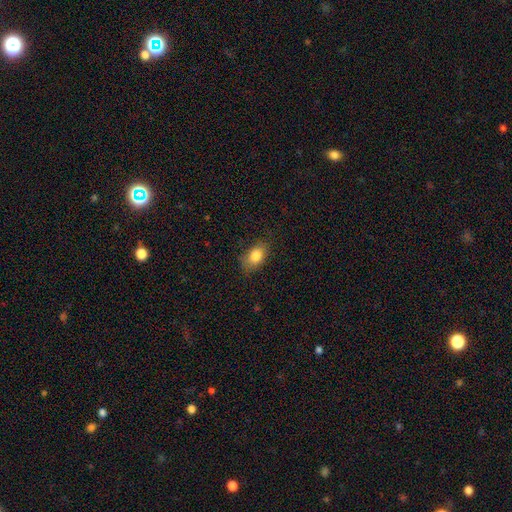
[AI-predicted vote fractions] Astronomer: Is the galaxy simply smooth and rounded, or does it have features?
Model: smooth — 82%.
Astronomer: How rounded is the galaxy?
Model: in between — 83%.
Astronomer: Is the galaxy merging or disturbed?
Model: none — 78%.